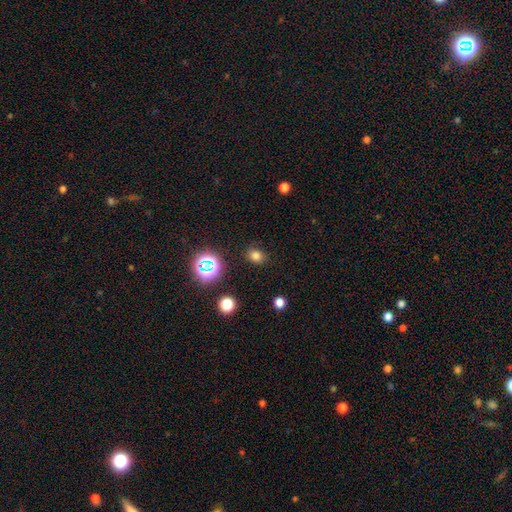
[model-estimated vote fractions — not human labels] Smooth or featured? Predicted: smooth (p=0.74). How rounded? Predicted: in between (p=0.50). Merging? Predicted: none (p=0.86).